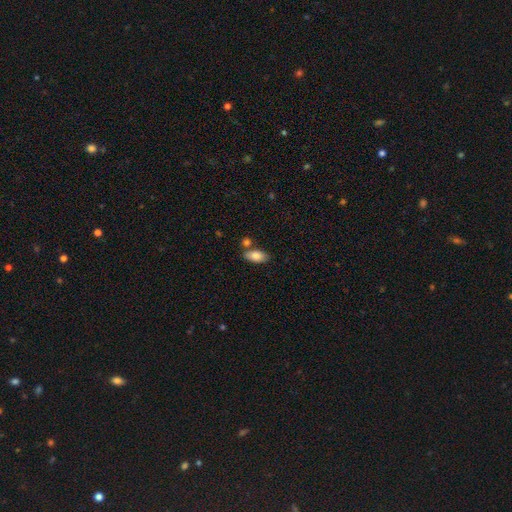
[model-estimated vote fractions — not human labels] Smooth or featured? Predicted: smooth (p=0.84). How rounded? Predicted: in between (p=0.91). Merging? Predicted: none (p=0.64).